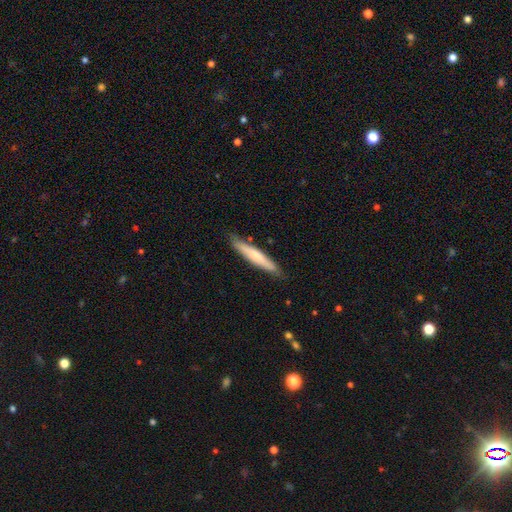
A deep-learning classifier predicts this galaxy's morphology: This appears to be a smooth galaxy with no disk features (62%) that is cigar-shaped (92%). Merging: none (84%).